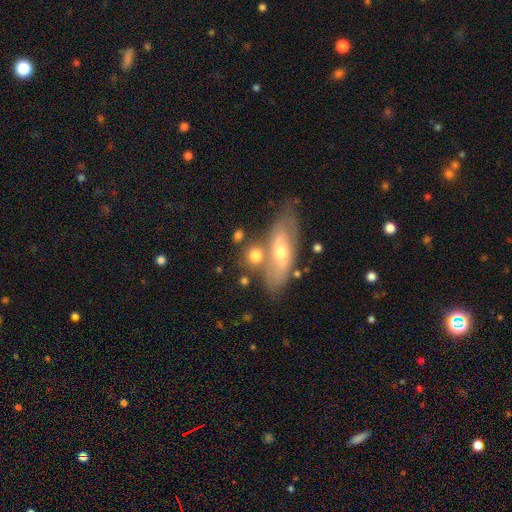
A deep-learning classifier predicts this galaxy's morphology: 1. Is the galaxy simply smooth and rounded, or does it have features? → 65% smooth, 28% featured or disk, 8% star or artifact.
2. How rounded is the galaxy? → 45% round, 40% in between, 15% cigar-shaped.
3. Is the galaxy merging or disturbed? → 52% none, 27% merger, 14% minor disturbance, 6% major disturbance.